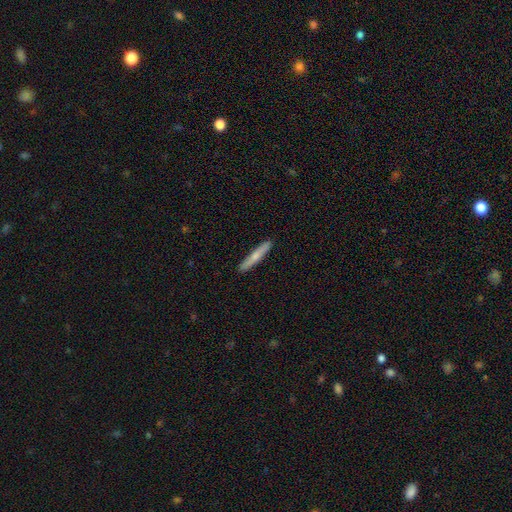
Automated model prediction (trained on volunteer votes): A smooth galaxy with no disk features (64%) that is cigar-shaped (94%). Merging: none (91%).